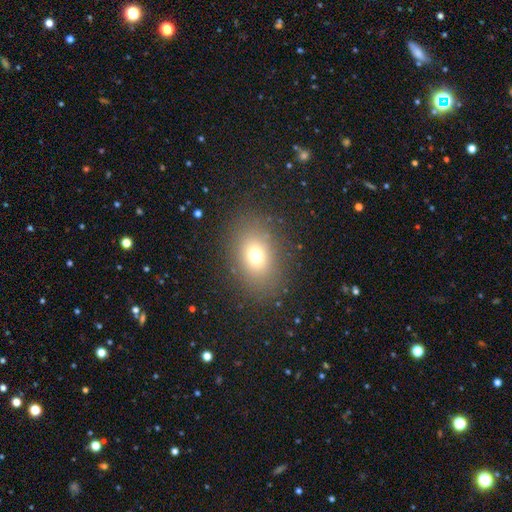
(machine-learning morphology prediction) smooth 71%, star or artifact 17%, featured or disk 13%. Down the decision tree: how rounded — in between (62%); merging — none (84%).